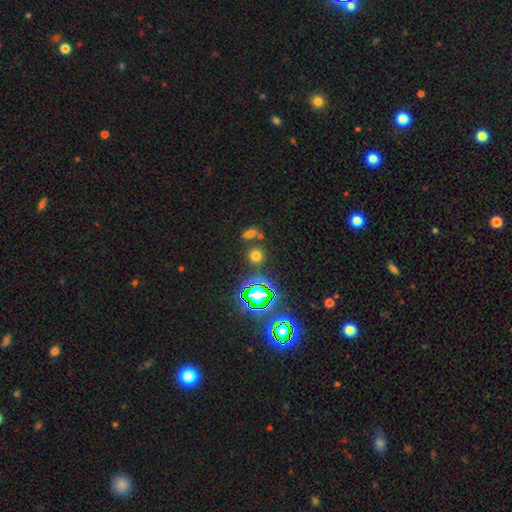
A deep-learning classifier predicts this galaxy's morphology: Smooth or featured: smooth — 62% (star or artifact — 31%)
How rounded: round — 80% (in between — 18%)
Merging: none — 72% (merger — 16%)